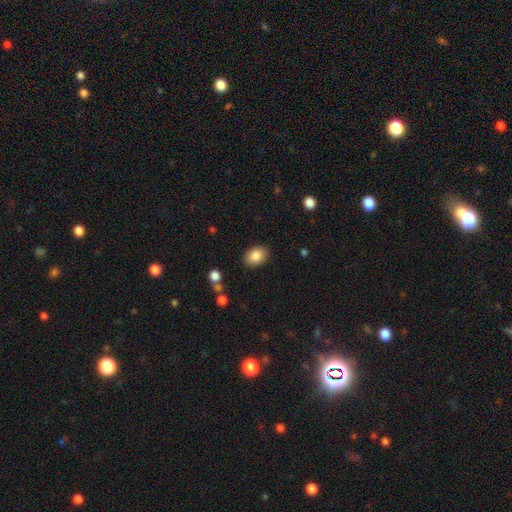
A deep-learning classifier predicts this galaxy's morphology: Smooth or featured? Predicted: smooth (p=0.85). How rounded? Predicted: in between (p=0.75). Merging? Predicted: none (p=0.87).